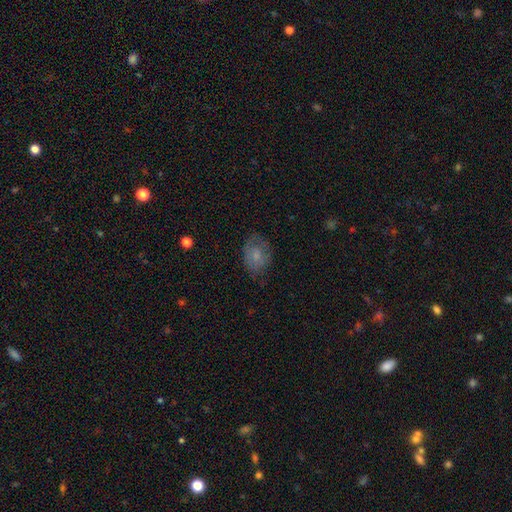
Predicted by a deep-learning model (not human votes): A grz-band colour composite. It shows a smooth galaxy with no disk features (66%) that is in between round and cigar-shaped (72%). Merging: none (65%).